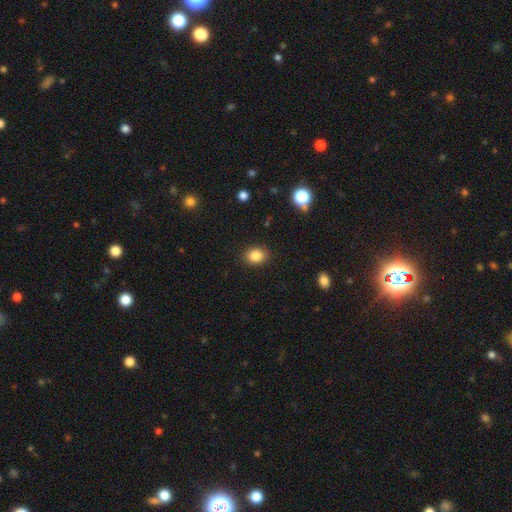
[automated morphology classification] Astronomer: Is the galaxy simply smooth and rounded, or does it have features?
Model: smooth — 85%.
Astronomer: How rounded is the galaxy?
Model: in between — 51% (runner-up: round, 48%).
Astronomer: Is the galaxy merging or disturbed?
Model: none — 88%.